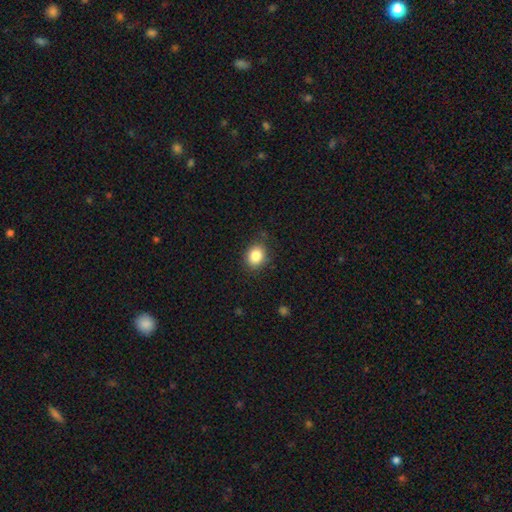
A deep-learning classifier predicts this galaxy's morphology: A smooth galaxy with no disk features (85%) that is round (58%).

Vote fractions:
- Smooth or featured? smooth: 85% / star or artifact: 10% / featured or disk: 6%
- How rounded? round: 58% / in between: 41% / cigar-shaped: 1%
- Merging? none: 84% / minor disturbance: 12% / major disturbance: 3% / merger: 1%